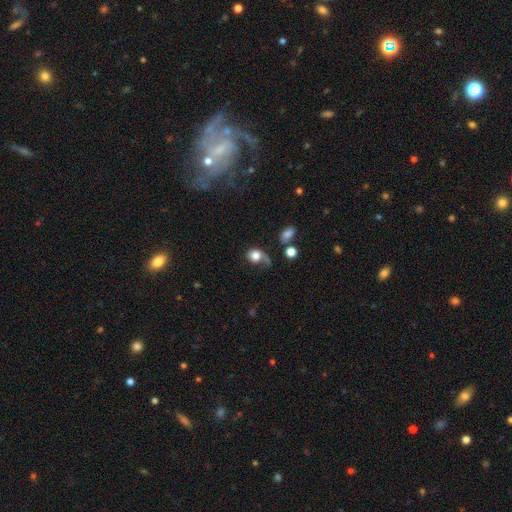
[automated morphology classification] This is likely a smooth galaxy (69%). How rounded: likely round (64%). Merging: marginally major disturbance (35%).